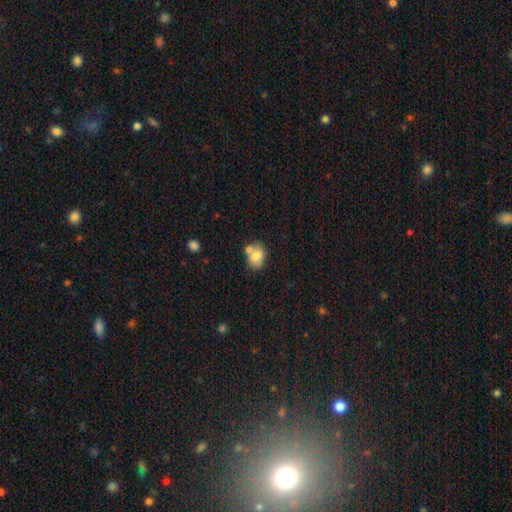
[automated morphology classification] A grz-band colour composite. It shows a smooth galaxy with no disk features (77%) that is in between round and cigar-shaped (53%). Merging: none (50%).